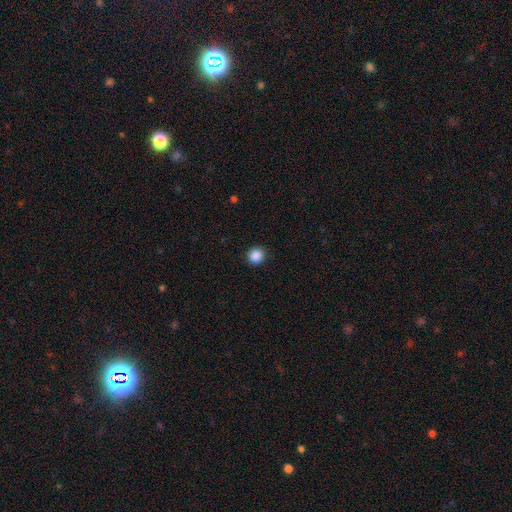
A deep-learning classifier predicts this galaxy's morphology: Smooth or featured?
  - smooth: 88% *
  - star or artifact: 10%
  - featured or disk: 2%
How rounded?
  - round: 92% *
  - in between: 7%
  - cigar-shaped: 1%
Merging?
  - none: 92% *
  - minor disturbance: 6%
  - major disturbance: 2%
  - merger: 1%